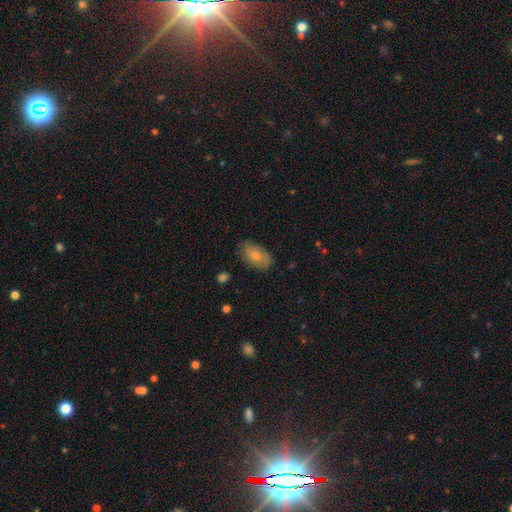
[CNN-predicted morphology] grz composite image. It shows a smooth galaxy with no disk features (75%) that is in between round and cigar-shaped (92%). Merging: none (77%).